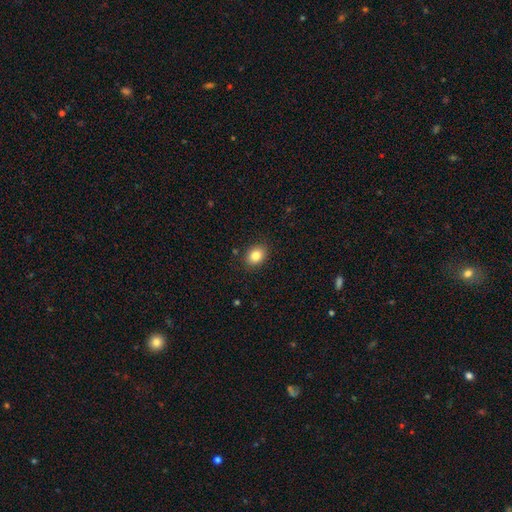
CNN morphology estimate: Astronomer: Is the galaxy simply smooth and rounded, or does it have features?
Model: smooth — 83%.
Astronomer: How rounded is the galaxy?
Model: in between — 59% (runner-up: round, 40%).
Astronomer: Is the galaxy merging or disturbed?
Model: none — 88%.